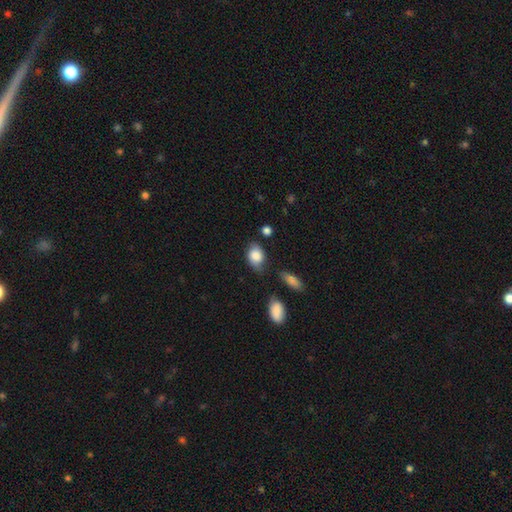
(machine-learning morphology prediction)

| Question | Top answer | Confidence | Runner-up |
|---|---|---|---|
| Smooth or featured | smooth | 79% | featured or disk (14%) |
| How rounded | in between | 75% | round (23%) |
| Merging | none | 57% | minor disturbance (30%) |